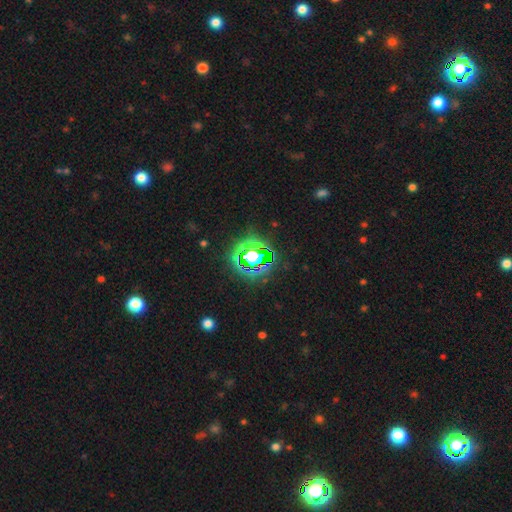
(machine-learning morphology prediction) star or artifact 69%, smooth 20%, featured or disk 11%.